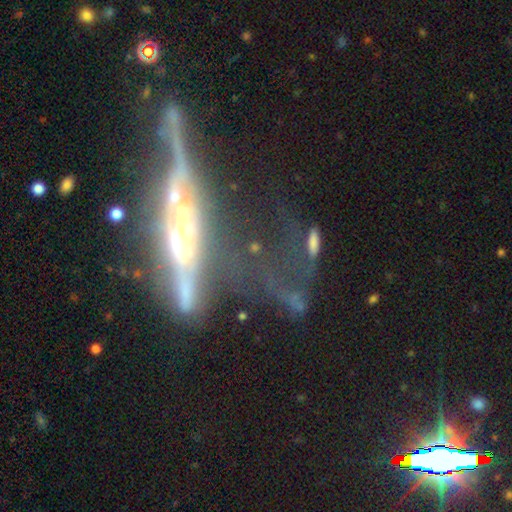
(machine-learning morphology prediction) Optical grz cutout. It shows a featured or disk galaxy (78%) viewed edge-on (72%) with a rounded central bulge (59%). Merging: major disturbance (37%).